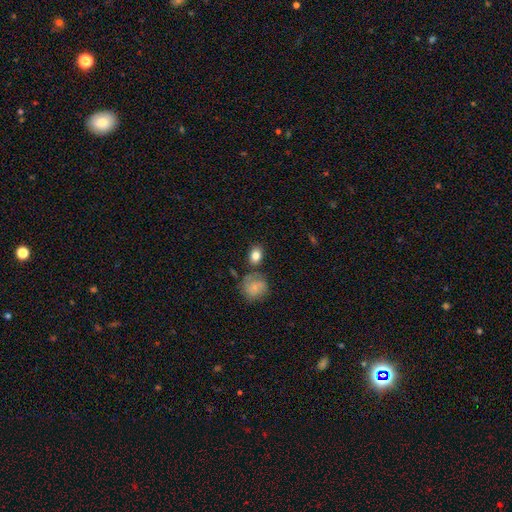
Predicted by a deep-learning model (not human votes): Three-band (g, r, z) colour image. It shows a smooth galaxy with no disk features (83%) that is in between round and cigar-shaped (62%). Merging: none (72%).